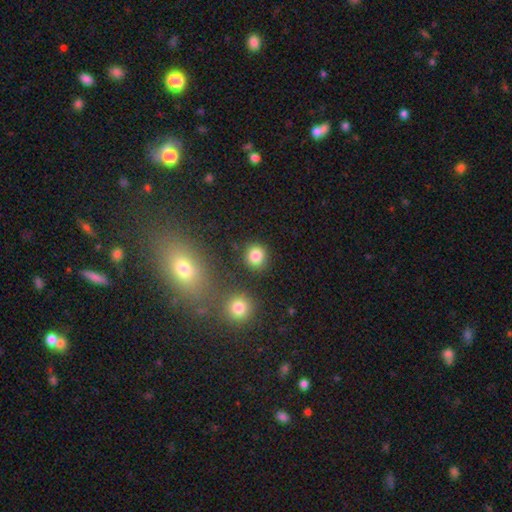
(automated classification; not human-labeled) smooth 83%, star or artifact 12%, featured or disk 5%. Down the decision tree: how rounded — round (85%); merging — none (85%).